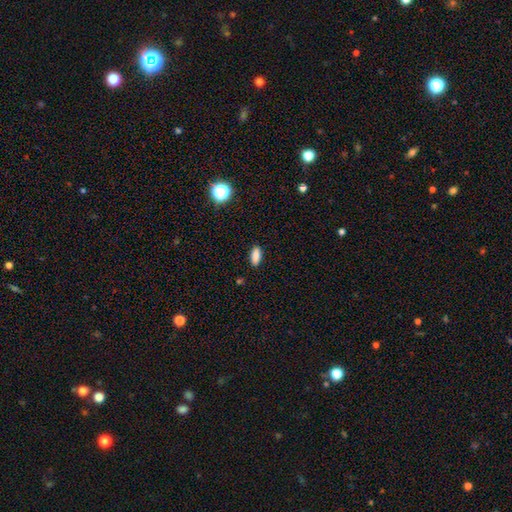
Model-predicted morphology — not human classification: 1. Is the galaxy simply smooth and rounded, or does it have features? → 85% smooth, 9% star or artifact, 6% featured or disk.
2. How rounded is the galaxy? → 79% in between, 18% cigar-shaped, 3% round.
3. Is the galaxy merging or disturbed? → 89% none, 8% minor disturbance, 2% major disturbance, 1% merger.